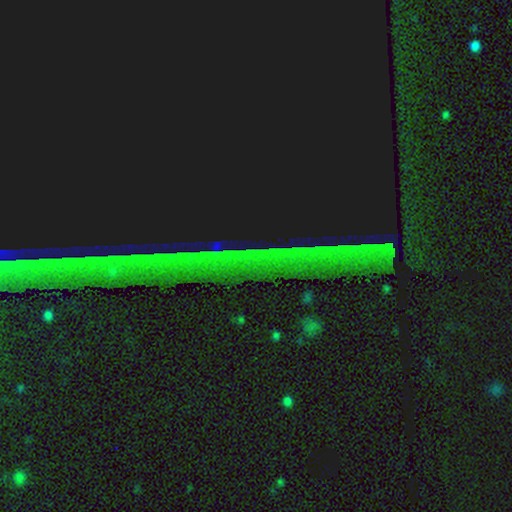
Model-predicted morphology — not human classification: Q: Smooth or featured?
A: star or artifact (87%); runner-up: featured or disk (7%)